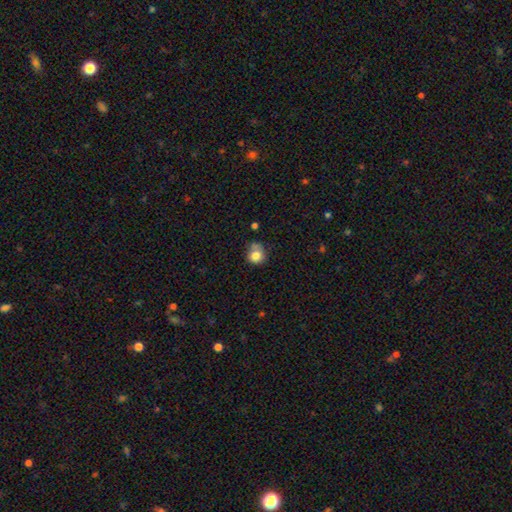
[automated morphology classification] This is likely a smooth galaxy (80%). How rounded: clearly round (82%). Merging: possibly none (53%).